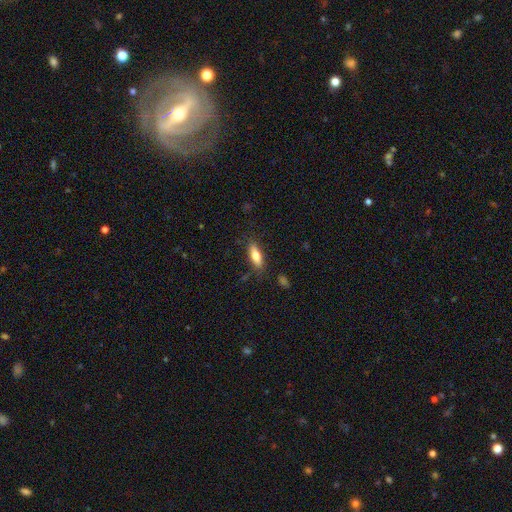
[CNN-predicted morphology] A smooth galaxy with no disk features (73%) that is in between round and cigar-shaped (60%). Merging: none (82%).